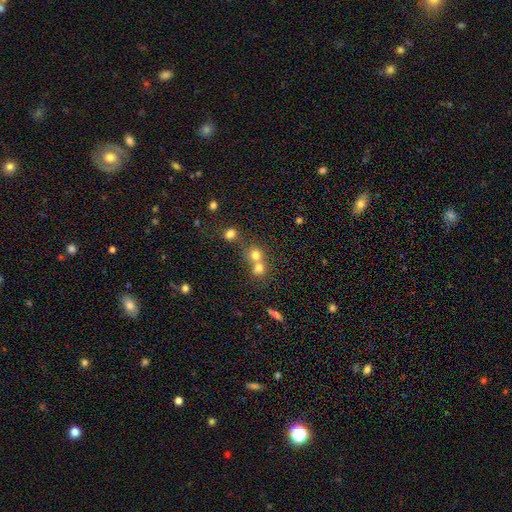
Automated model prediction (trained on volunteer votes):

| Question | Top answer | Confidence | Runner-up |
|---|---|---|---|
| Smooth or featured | smooth | 72% | star or artifact (16%) |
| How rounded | round | 84% | in between (15%) |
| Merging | merger | 54% | none (38%) |